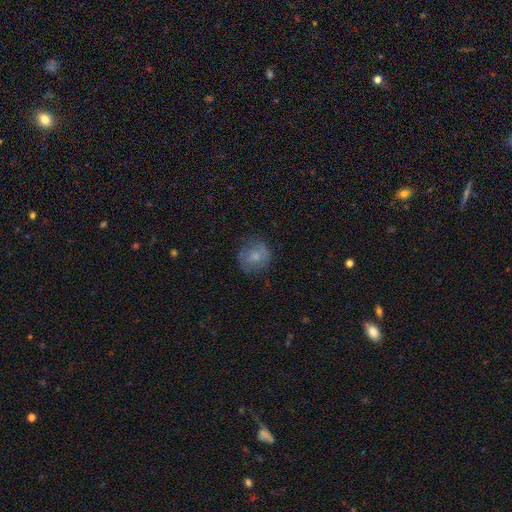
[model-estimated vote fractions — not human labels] Morphology: type=smooth (66%); roundness=round (82%); merging=none (68%).